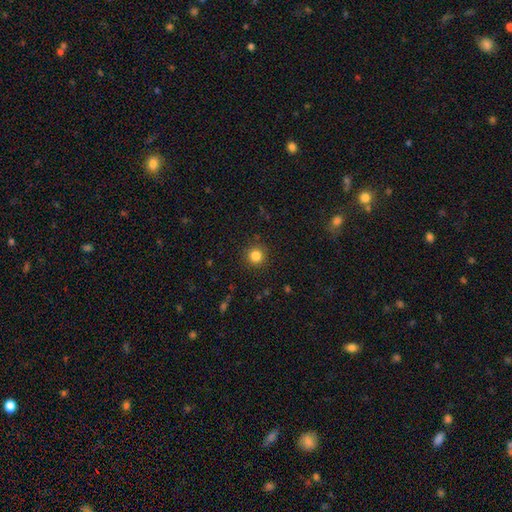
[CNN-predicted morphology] A smooth galaxy with no disk features (83%) that is round (94%).

Vote fractions:
- Smooth or featured? smooth: 83% / star or artifact: 12% / featured or disk: 5%
- How rounded? round: 94% / in between: 5% / cigar-shaped: 1%
- Merging? none: 90% / minor disturbance: 7% / major disturbance: 2% / merger: 1%